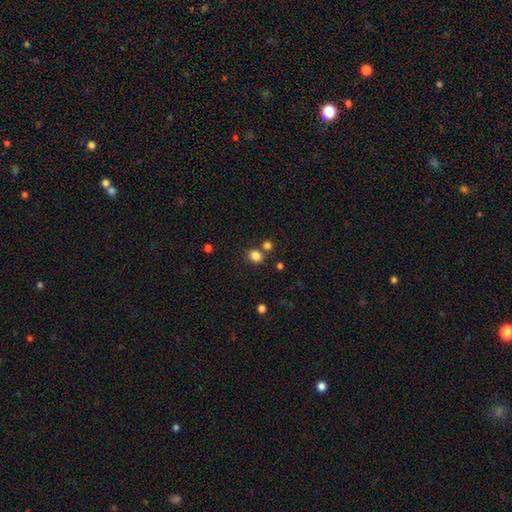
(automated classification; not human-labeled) smooth-or-featured: smooth: 83% | star or artifact: 13% | featured or disk: 5%
  how-rounded: round: 73% | in between: 26% | cigar-shaped: 1%
  merging: none: 72% | merger: 16% | minor disturbance: 9% | major disturbance: 3%